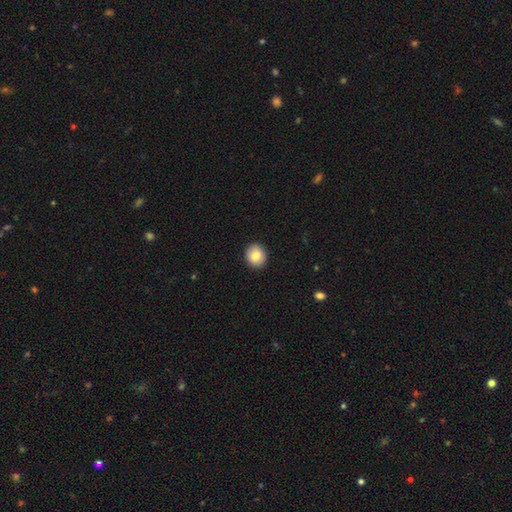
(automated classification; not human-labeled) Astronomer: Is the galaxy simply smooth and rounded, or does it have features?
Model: smooth — 83%.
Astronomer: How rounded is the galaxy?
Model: round — 82%.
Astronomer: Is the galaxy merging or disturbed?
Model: none — 92%.